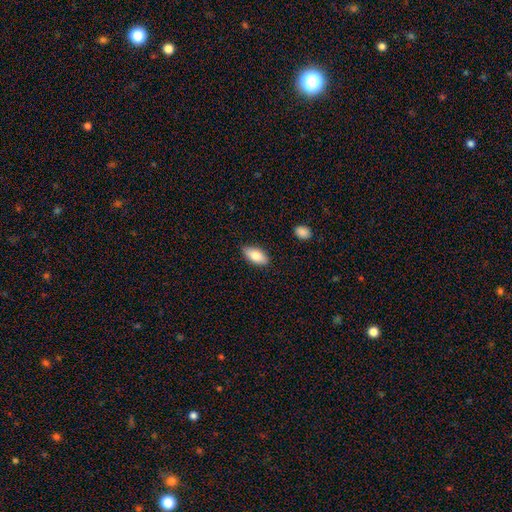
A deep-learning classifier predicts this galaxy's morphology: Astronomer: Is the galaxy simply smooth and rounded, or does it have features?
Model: smooth — 79%.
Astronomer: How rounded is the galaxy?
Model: in between — 88%.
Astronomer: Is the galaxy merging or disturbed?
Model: none — 86%.